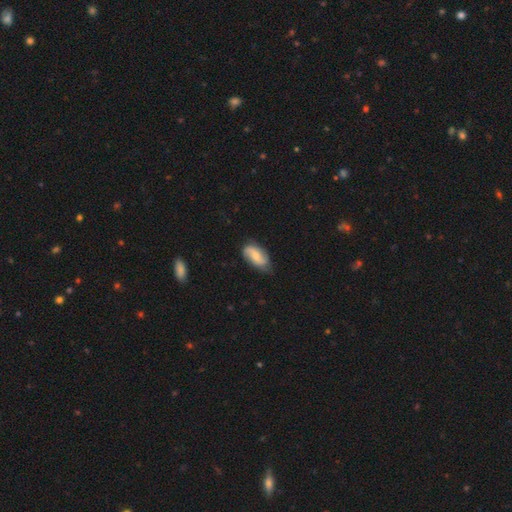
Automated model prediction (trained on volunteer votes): Smooth or featured: featured or disk — 47% (smooth — 46%)
Merging: none — 69% (minor disturbance — 24%)